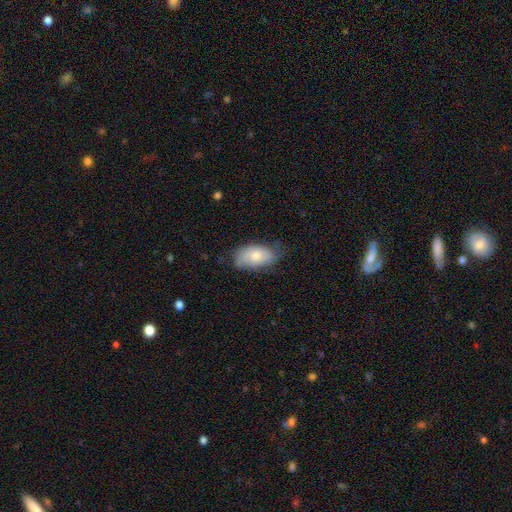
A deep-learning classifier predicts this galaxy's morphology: smooth 70%, featured or disk 24%, star or artifact 6%. Down the decision tree: how rounded — in between (93%); merging — none (60%).